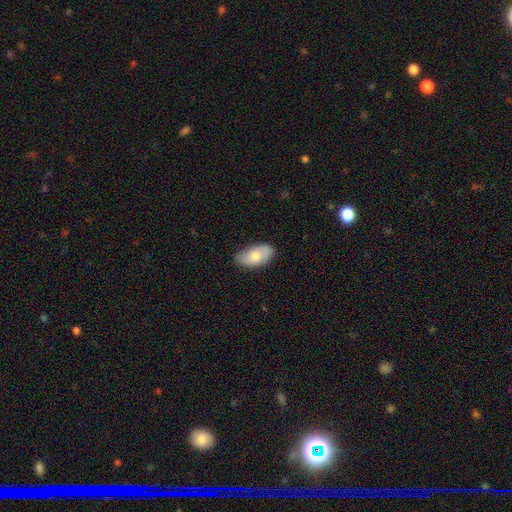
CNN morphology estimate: smooth_or_featured: smooth (p=0.72) [alt: featured or disk p=0.22]
how_rounded: in between (p=0.94) [alt: round p=0.03]
merging: none (p=0.78) [alt: minor disturbance p=0.18]